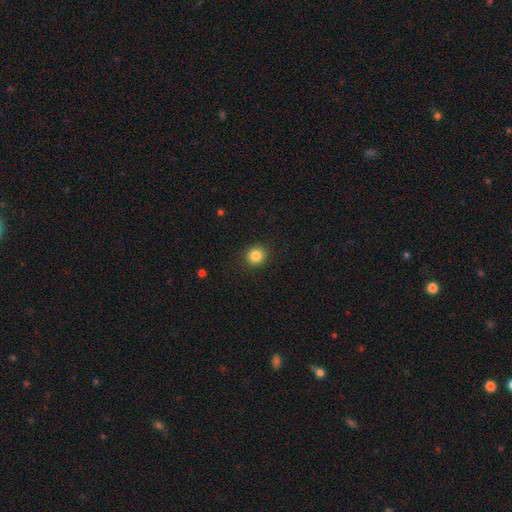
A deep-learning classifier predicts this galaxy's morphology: A smooth galaxy with no disk features (85%) that is round (89%).

Vote fractions:
- Smooth or featured? smooth: 85% / star or artifact: 10% / featured or disk: 5%
- How rounded? round: 89% / in between: 10% / cigar-shaped: 1%
- Merging? none: 91% / minor disturbance: 6% / major disturbance: 2% / merger: 1%